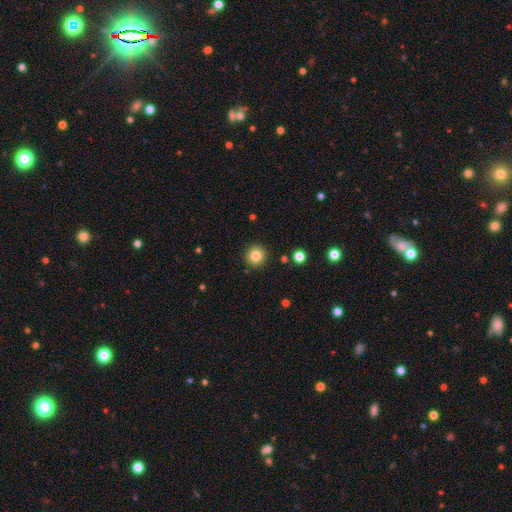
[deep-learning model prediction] smooth 83%, star or artifact 11%, featured or disk 6%. Down the decision tree: how rounded — round (95%); merging — none (91%).